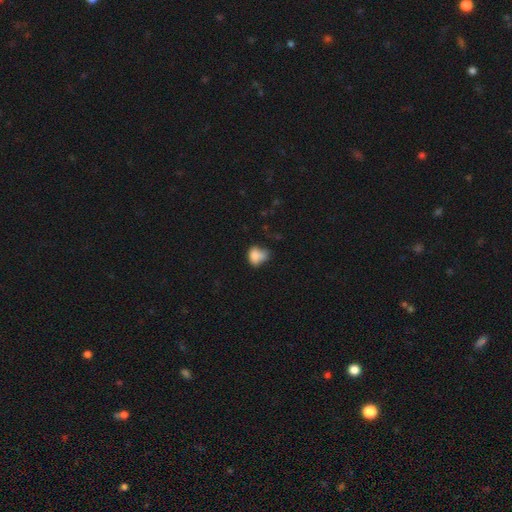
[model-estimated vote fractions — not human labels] Overall: smooth (75%). How rounded: in between (58%; round 41%). Merging: none (33%; minor disturbance 32%).